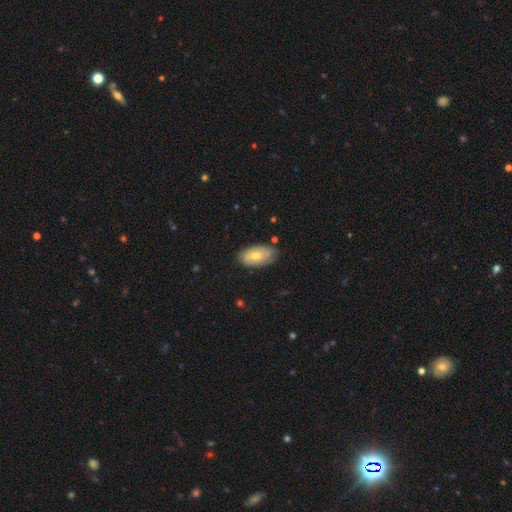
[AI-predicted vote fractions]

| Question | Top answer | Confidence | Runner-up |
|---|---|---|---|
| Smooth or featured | smooth | 55% | featured or disk (38%) |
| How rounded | in between | 93% | round (5%) |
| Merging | none | 78% | minor disturbance (17%) |